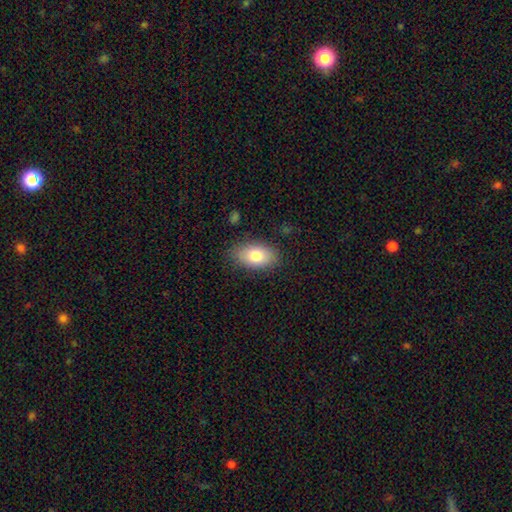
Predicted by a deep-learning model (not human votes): Smooth or featured? Predicted: smooth (p=0.78). How rounded? Predicted: in between (p=0.91). Merging? Predicted: none (p=0.83).